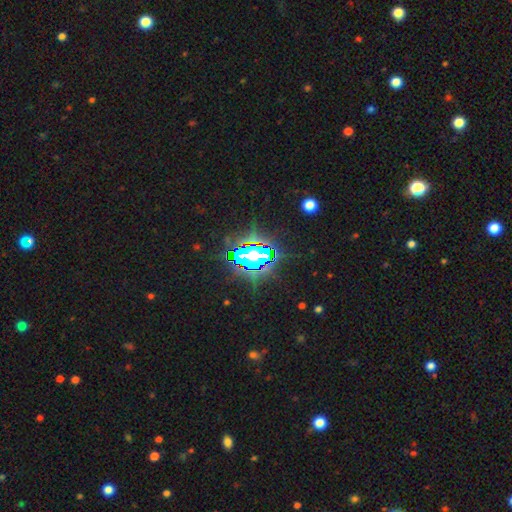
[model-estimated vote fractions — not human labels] A star or artifact, not a galaxy (79%).

Vote fractions:
- Smooth or featured? star or artifact: 79% / smooth: 13% / featured or disk: 8%